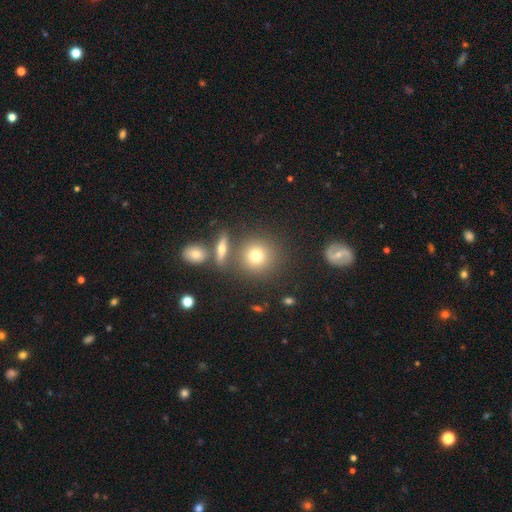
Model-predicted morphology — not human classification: smooth_or_featured: smooth (p=0.70) [alt: featured or disk p=0.16]
how_rounded: round (p=0.89) [alt: in between p=0.09]
merging: none (p=0.76) [alt: merger p=0.11]